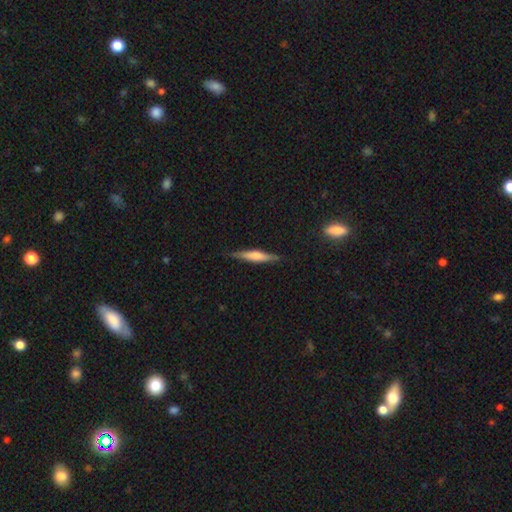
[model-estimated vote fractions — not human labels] Q: Smooth or featured?
A: featured or disk (47%); runner-up: smooth (46%)
Q: Merging?
A: none (86%); runner-up: minor disturbance (10%)